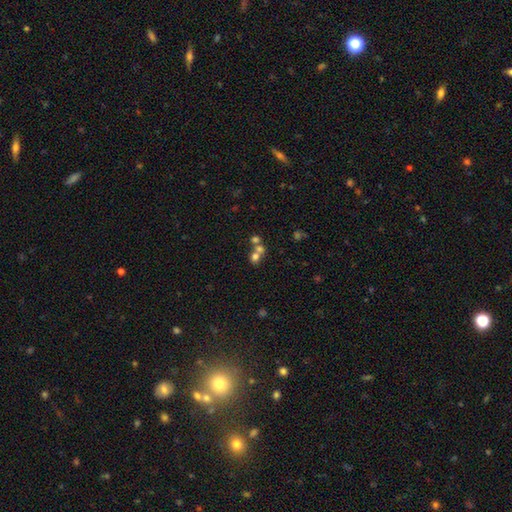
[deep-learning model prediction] Smooth or featured? smooth (63%)
How rounded? round (75%)
Merging? merger (55%)